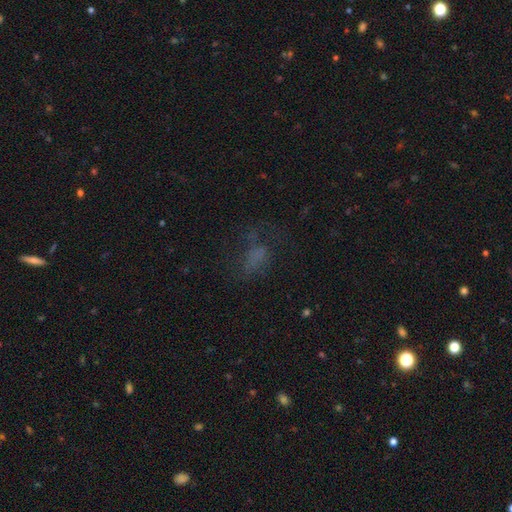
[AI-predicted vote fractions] smooth_or_featured: smooth (p=0.46) [alt: star or artifact p=0.28]
merging: none (p=0.43) [alt: major disturbance p=0.35]